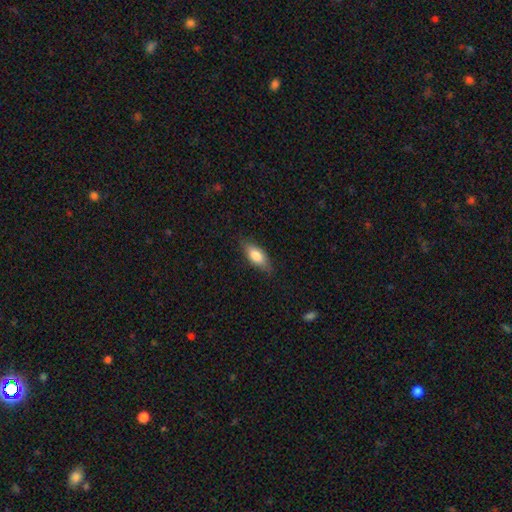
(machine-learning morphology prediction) A smooth galaxy with no disk features (76%) that is in between round and cigar-shaped (77%).

Vote fractions:
- Smooth or featured? smooth: 76% / featured or disk: 17% / star or artifact: 6%
- How rounded? in between: 77% / cigar-shaped: 20% / round: 3%
- Merging? none: 80% / minor disturbance: 16% / major disturbance: 3% / merger: 1%